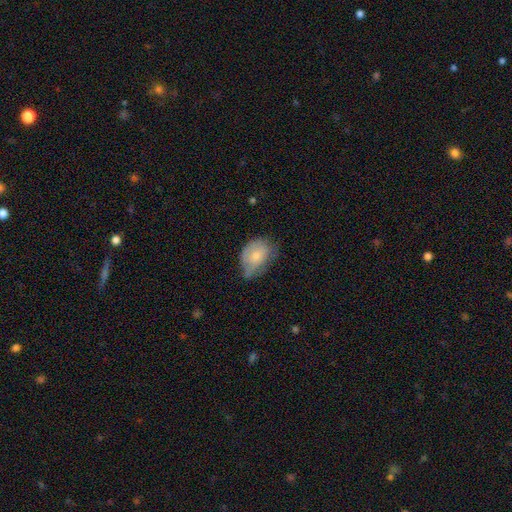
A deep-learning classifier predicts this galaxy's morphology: A smooth galaxy with no disk features (66%) that is in between round and cigar-shaped (78%). Merging: minor disturbance (44%).